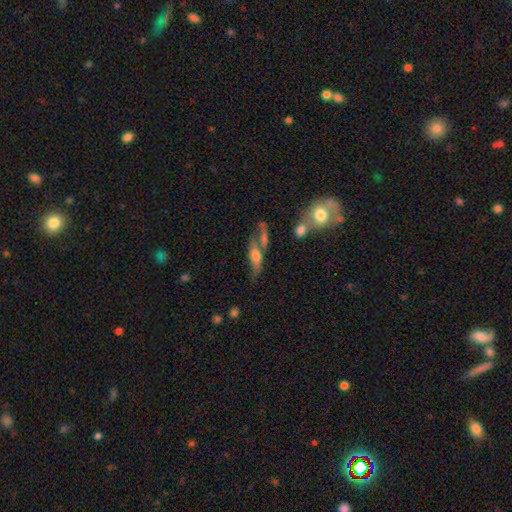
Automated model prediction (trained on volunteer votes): Overall: featured or disk (50%; smooth 40%). Merging: none (36%; merger 33%).